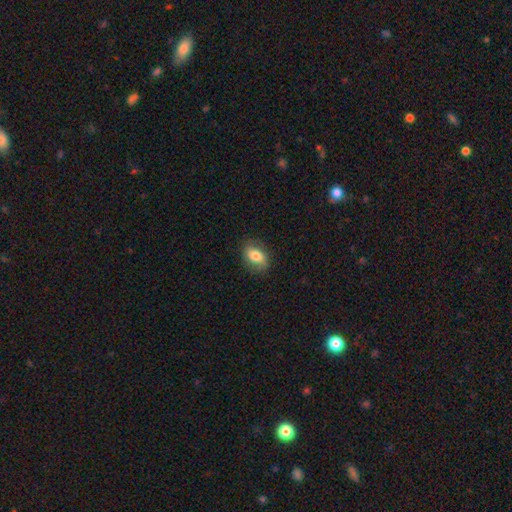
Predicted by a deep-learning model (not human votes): Overall: smooth (66%; featured or disk 26%). How rounded: in between (83%). Merging: none (78%).